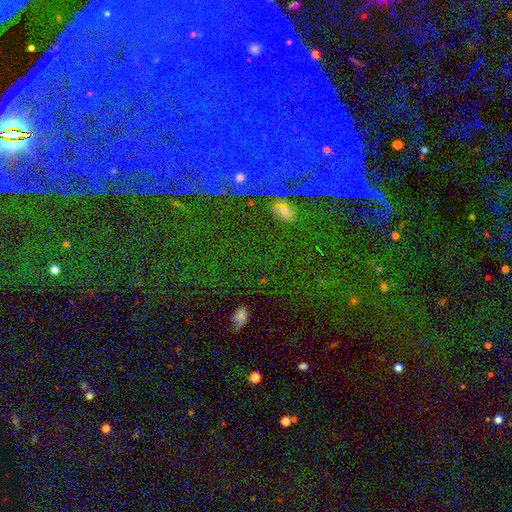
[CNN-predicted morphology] The model was most divided on "smooth or featured": star or artifact: 72%, featured or disk: 17%, smooth: 11%.